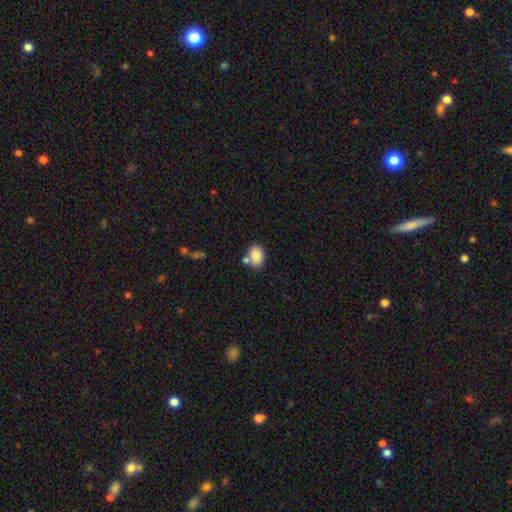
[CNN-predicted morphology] Smooth or featured: smooth — 84% (star or artifact — 8%)
How rounded: in between — 69% (round — 30%)
Merging: none — 62% (merger — 21%)